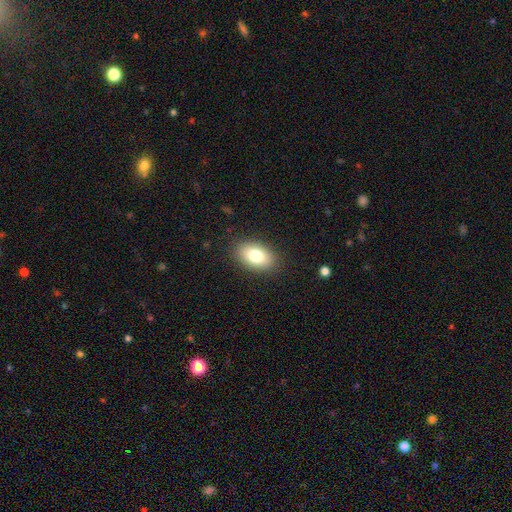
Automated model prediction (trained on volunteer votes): smooth_or_featured: smooth (p=0.80) [alt: featured or disk p=0.12]
how_rounded: in between (p=0.90) [alt: round p=0.09]
merging: none (p=0.87) [alt: minor disturbance p=0.09]